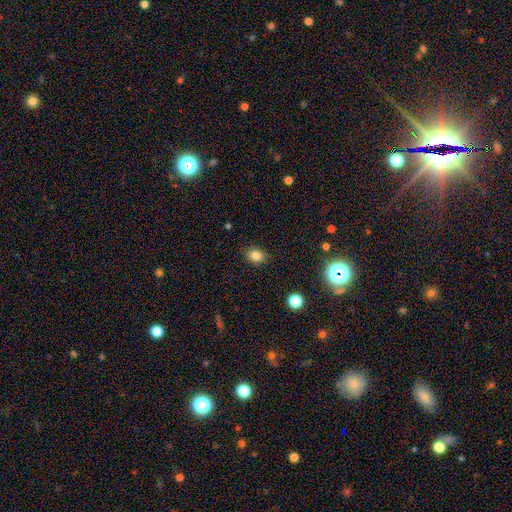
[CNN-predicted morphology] Smooth or featured? smooth (83%)
How rounded? in between (60%)
Merging? none (86%)